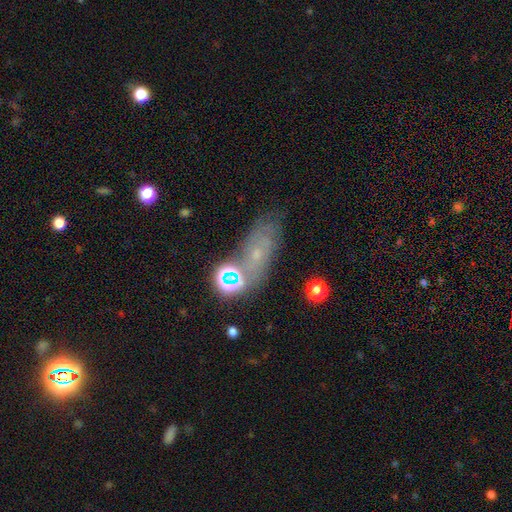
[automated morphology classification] This appears to be a smooth galaxy with no disk features (38%). Merging: none (55%).